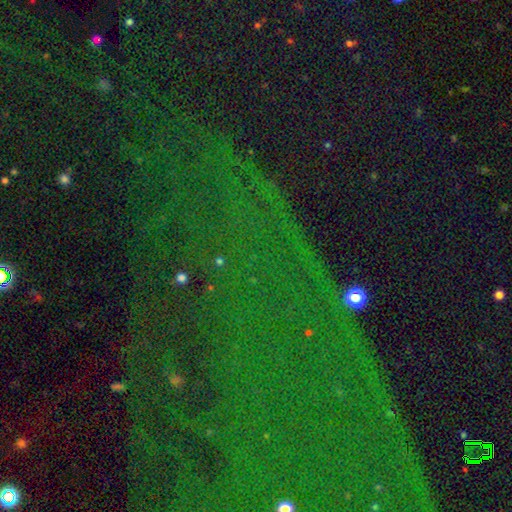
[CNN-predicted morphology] smooth_or_featured: star or artifact (p=0.83) [alt: smooth p=0.09]